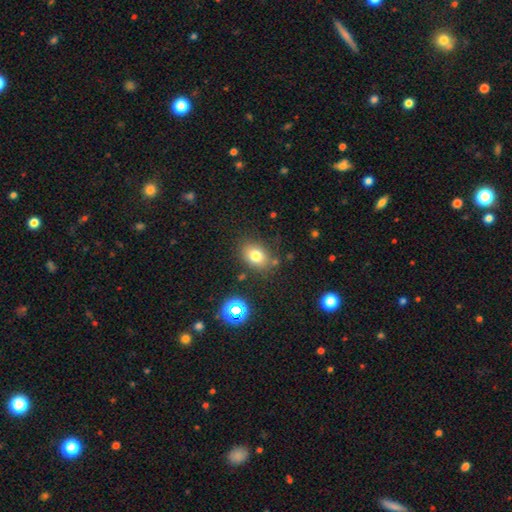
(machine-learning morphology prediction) Overall: smooth (77%). How rounded: in between (65%; round 34%). Merging: none (78%).